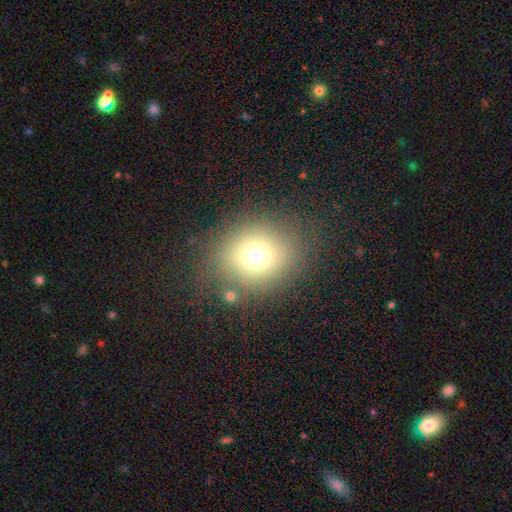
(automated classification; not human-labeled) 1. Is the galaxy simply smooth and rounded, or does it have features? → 69% smooth, 18% star or artifact, 13% featured or disk.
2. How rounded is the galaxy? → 71% round, 27% in between, 1% cigar-shaped.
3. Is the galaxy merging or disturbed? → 78% none, 11% minor disturbance, 7% major disturbance, 4% merger.